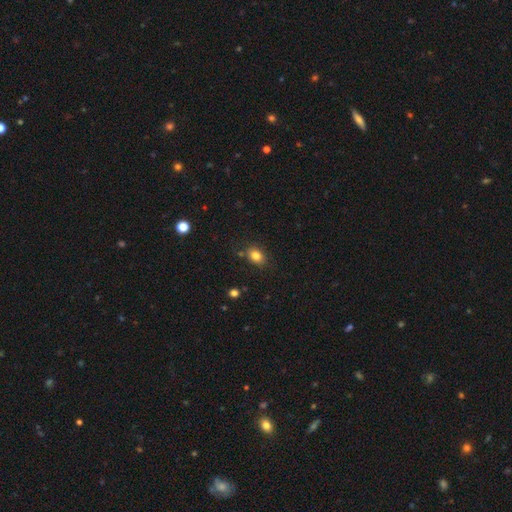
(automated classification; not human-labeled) This appears to be a smooth galaxy with no disk features (82%) that is in between round and cigar-shaped (67%). Merging: none (81%).